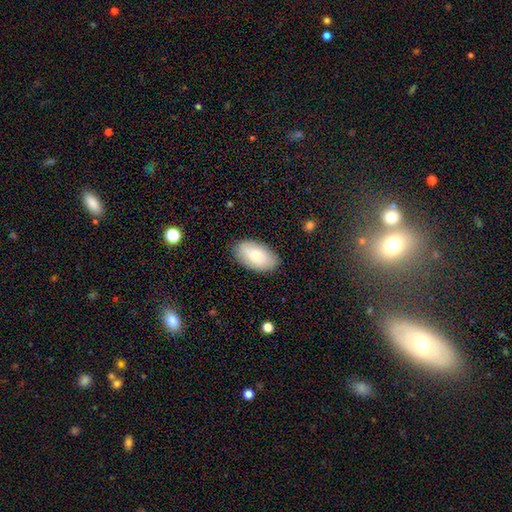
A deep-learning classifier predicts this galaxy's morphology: This is likely a smooth galaxy (74%). How rounded: clearly in between (94%). Merging: clearly none (85%).